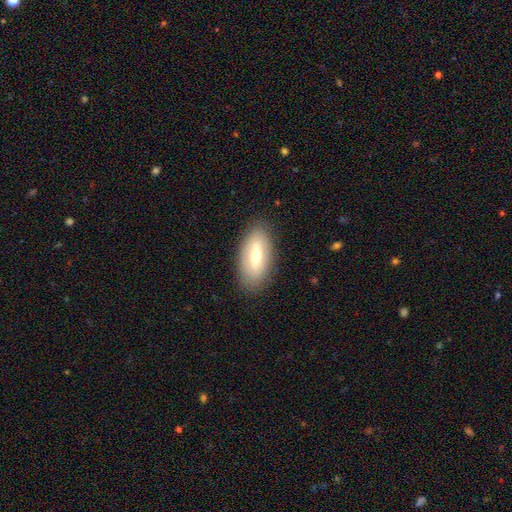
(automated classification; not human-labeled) Smooth or featured?
  - smooth: 48% *
  - featured or disk: 45%
  - star or artifact: 7%
Merging?
  - none: 85% *
  - minor disturbance: 11%
  - major disturbance: 3%
  - merger: 1%